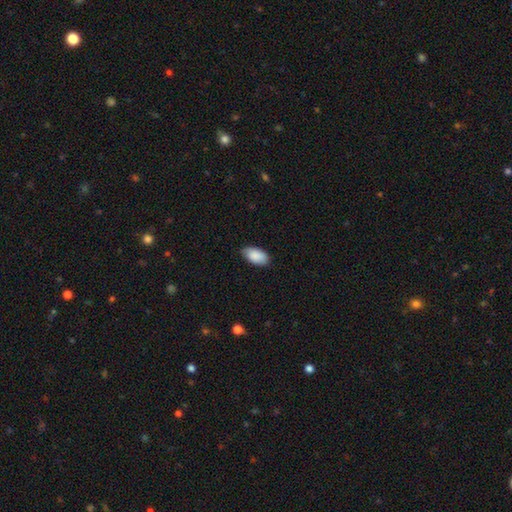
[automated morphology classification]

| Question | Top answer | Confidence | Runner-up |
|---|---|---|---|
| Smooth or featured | smooth | 88% | star or artifact (6%) |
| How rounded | in between | 95% | round (3%) |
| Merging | none | 78% | minor disturbance (18%) |